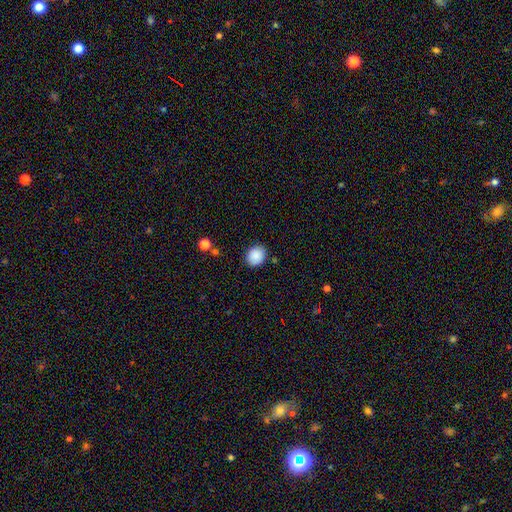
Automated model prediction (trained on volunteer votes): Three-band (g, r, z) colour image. It shows a smooth galaxy with no disk features (88%) that is round (64%). Merging: none (85%).